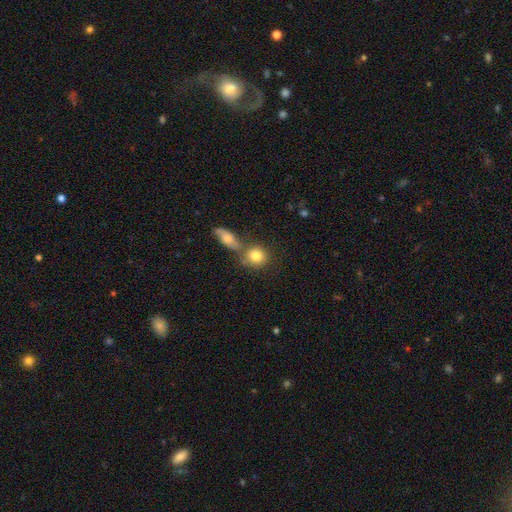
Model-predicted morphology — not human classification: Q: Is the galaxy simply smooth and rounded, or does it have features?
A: smooth — 81%.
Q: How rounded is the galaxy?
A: round — 76%.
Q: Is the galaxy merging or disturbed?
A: none — 51%.